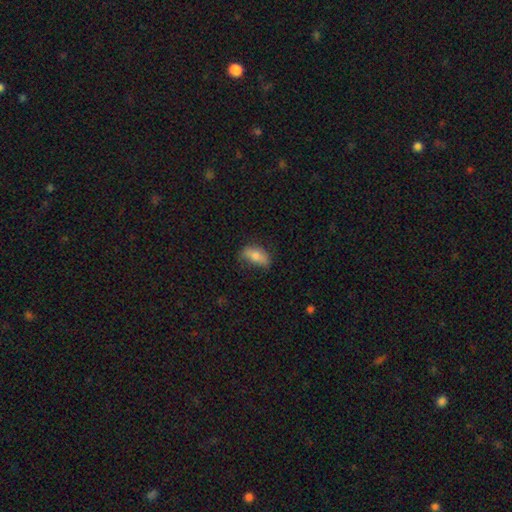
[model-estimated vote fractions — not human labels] Smooth or featured? smooth (77%)
How rounded? in between (86%)
Merging? none (63%)